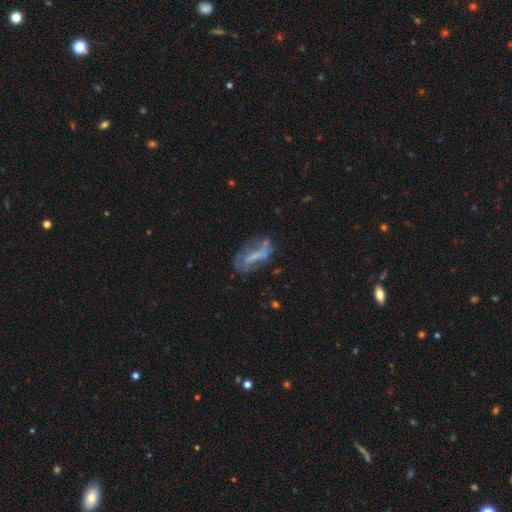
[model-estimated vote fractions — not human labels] Smooth or featured? Predicted: featured or disk (p=0.53). Edge-on disk? Predicted: no (p=0.85). Merging? Predicted: none (p=0.44).